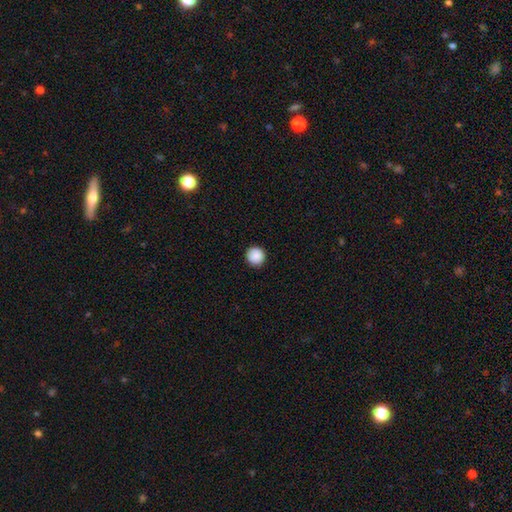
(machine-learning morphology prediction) Q: Smooth or featured?
A: smooth (89%); runner-up: star or artifact (8%)
Q: How rounded?
A: round (94%); runner-up: in between (5%)
Q: Merging?
A: none (92%); runner-up: minor disturbance (6%)